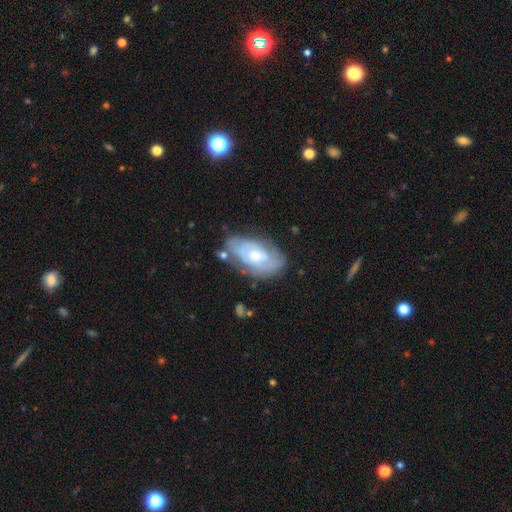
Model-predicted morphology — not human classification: smooth-or-featured: featured or disk: 65% | smooth: 29% | star or artifact: 6%
  disk-edge-on: no: 92% | yes: 8%
    bar: no: 69% | weak: 26% | strong: 5%
    has-spiral-arms: yes: 71% | no: 29%
    bulge-size: moderate: 59% | small: 30% | large: 8% | none: 2% | dominant: 1%
  merging: none: 61% | minor disturbance: 25% | major disturbance: 9% | merger: 5%